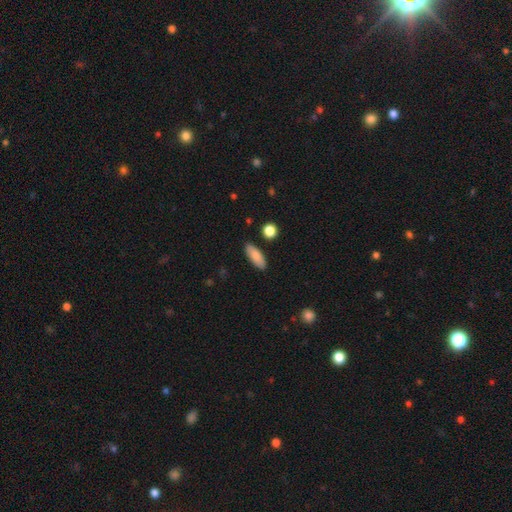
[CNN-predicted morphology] type=smooth (85%); roundness=in between (71%); merging=none (86%).